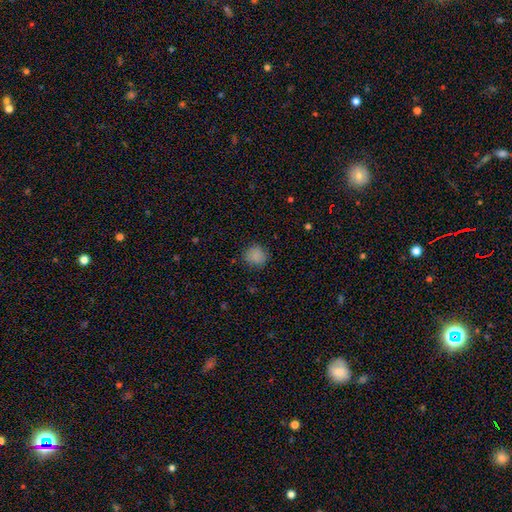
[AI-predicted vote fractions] A smooth galaxy with no disk features (84%) that is round (86%).

Vote fractions:
- Smooth or featured? smooth: 84% / star or artifact: 11% / featured or disk: 5%
- How rounded? round: 86% / in between: 13% / cigar-shaped: 1%
- Merging? none: 84% / minor disturbance: 12% / major disturbance: 3% / merger: 1%